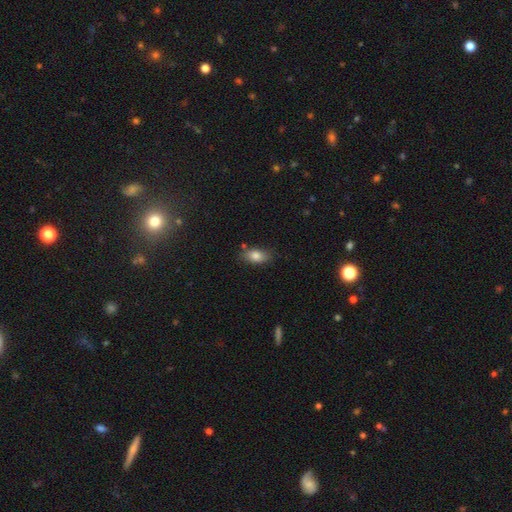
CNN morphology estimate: smooth 82%, featured or disk 9%, star or artifact 8%. Down the decision tree: how rounded — in between (87%); merging — none (77%).